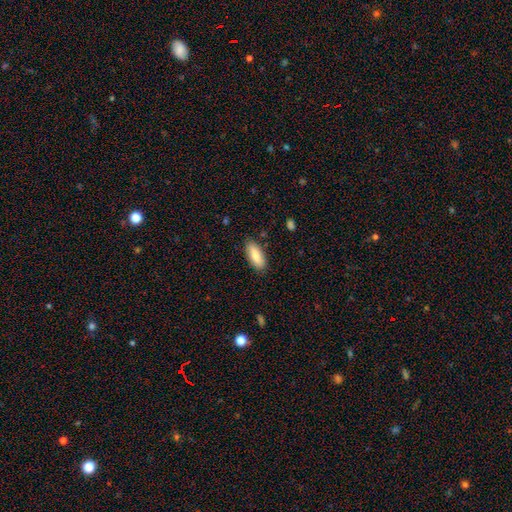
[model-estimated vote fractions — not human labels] A smooth galaxy with no disk features (82%) that is in between round and cigar-shaped (81%).

Vote fractions:
- Smooth or featured? smooth: 82% / featured or disk: 12% / star or artifact: 6%
- How rounded? in between: 81% / cigar-shaped: 17% / round: 2%
- Merging? none: 85% / minor disturbance: 11% / major disturbance: 2% / merger: 1%